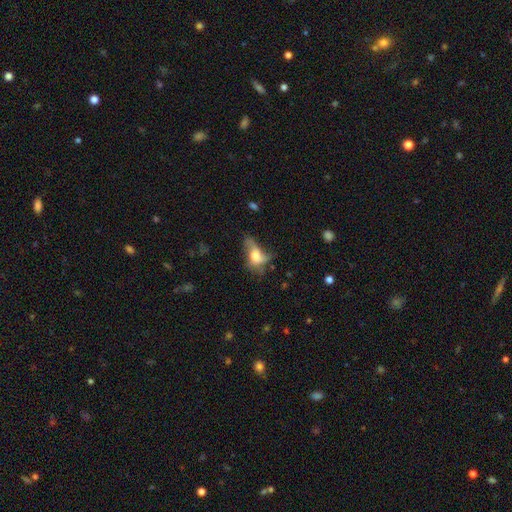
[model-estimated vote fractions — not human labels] A smooth galaxy with no disk features (54%) that is in between round and cigar-shaped (79%). Merging: major disturbance (40%).